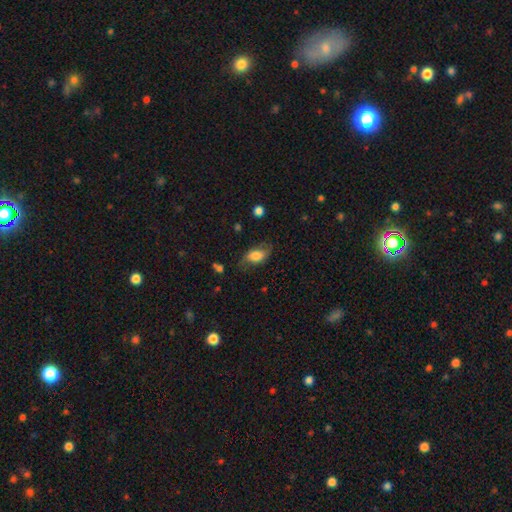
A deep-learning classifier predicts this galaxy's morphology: The model was most divided on "smooth or featured": smooth: 62%, featured or disk: 30%, star or artifact: 8%. More confident: how rounded — in between (88%); merging — none (65%).